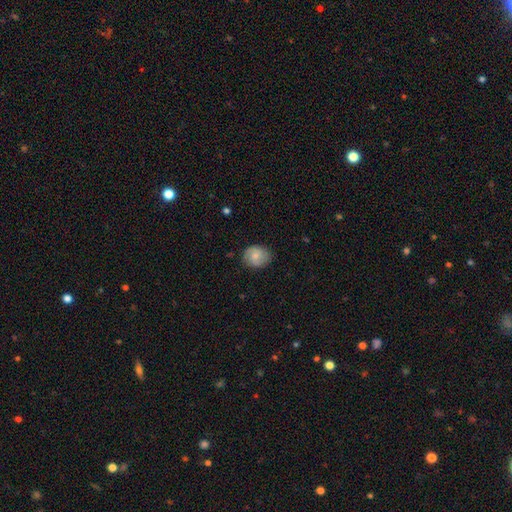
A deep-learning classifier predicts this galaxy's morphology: Smooth or featured? smooth (65%)
How rounded? round (59%)
Merging? none (78%)